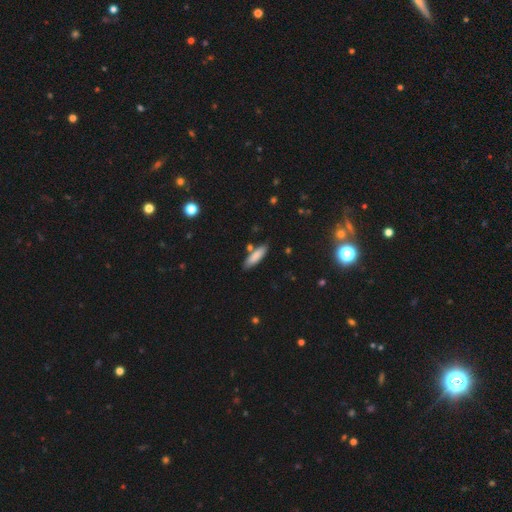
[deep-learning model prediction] Overall: smooth (84%). How rounded: cigar-shaped (62%; in between 37%). Merging: none (80%).